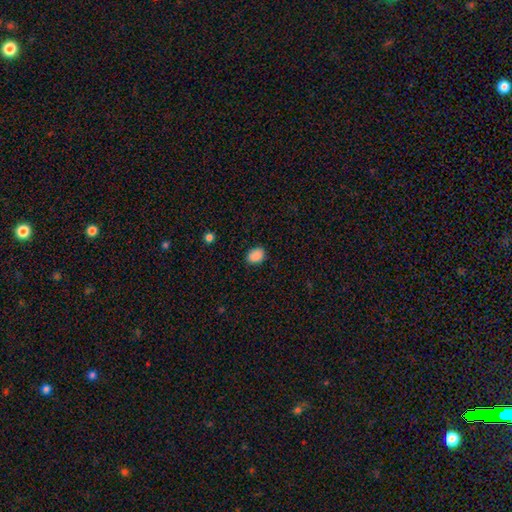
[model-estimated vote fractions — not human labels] The model was most divided on "how rounded": in between: 67%, round: 32%, cigar-shaped: 1%. More confident: smooth or featured — smooth (88%); merging — none (85%).